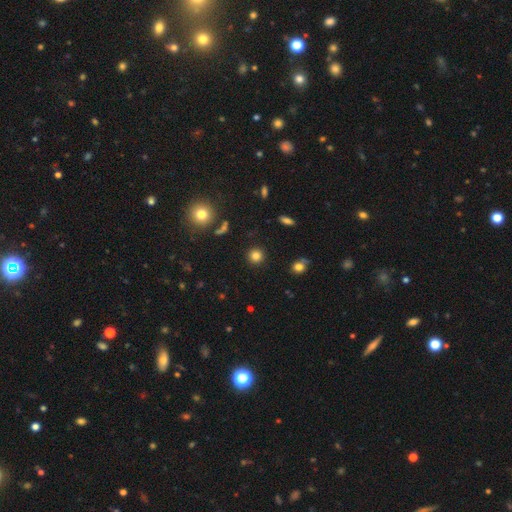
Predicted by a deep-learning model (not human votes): This appears to be a smooth galaxy with no disk features (82%) that is round (93%). Merging: none (91%).